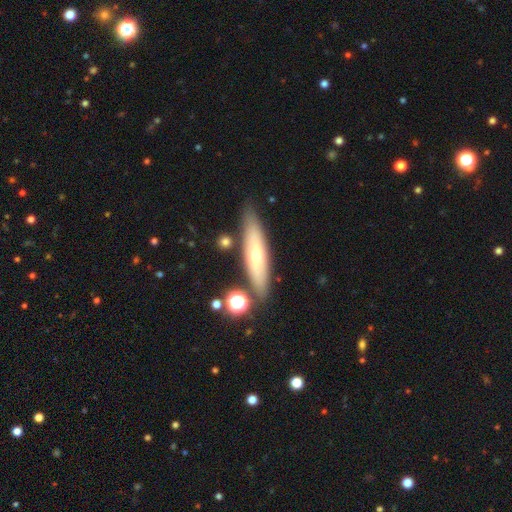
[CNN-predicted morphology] Smooth or featured?
  - smooth: 50% *
  - featured or disk: 43%
  - star or artifact: 7%
Merging?
  - none: 81% *
  - minor disturbance: 12%
  - merger: 5%
  - major disturbance: 3%